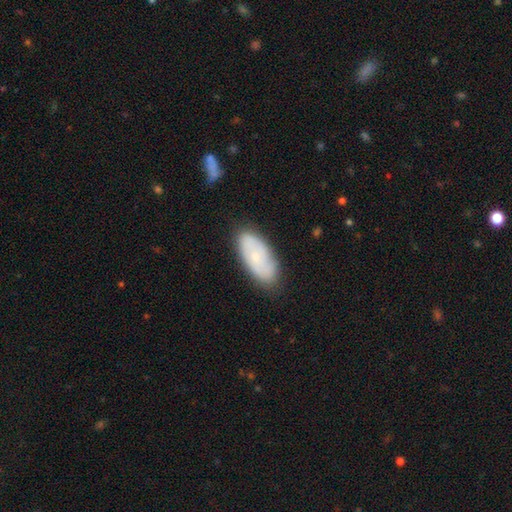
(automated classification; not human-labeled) Smooth or featured: smooth — 52% (featured or disk — 41%)
How rounded: in between — 89% (cigar-shaped — 8%)
Merging: none — 82% (minor disturbance — 14%)